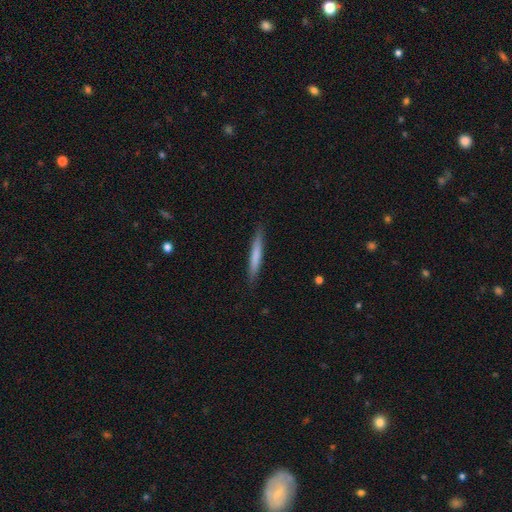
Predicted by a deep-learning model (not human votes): Smooth or featured?
  - smooth: 69% *
  - featured or disk: 25%
  - star or artifact: 5%
How rounded?
  - cigar-shaped: 96% *
  - in between: 3%
  - round: 1%
Merging?
  - none: 88% *
  - minor disturbance: 9%
  - major disturbance: 2%
  - merger: 1%